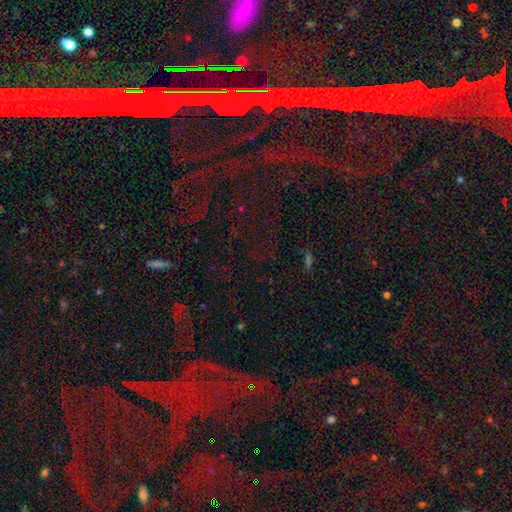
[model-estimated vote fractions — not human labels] Smooth or featured: star or artifact — 70% (smooth — 20%)